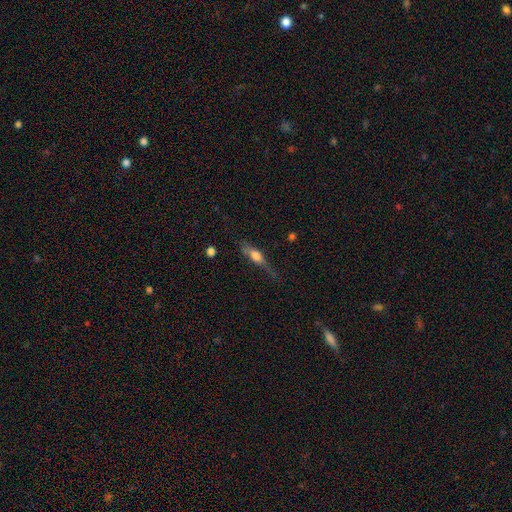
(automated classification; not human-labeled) The model was most divided on "smooth or featured": smooth: 49%, featured or disk: 42%, star or artifact: 8%. Remaining: merging — none (47%).